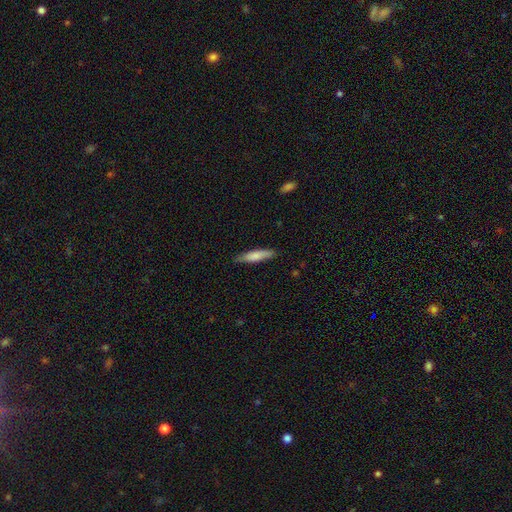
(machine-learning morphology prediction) Smooth or featured: smooth — 76% (featured or disk — 19%)
How rounded: cigar-shaped — 82% (in between — 17%)
Merging: none — 85% (minor disturbance — 12%)